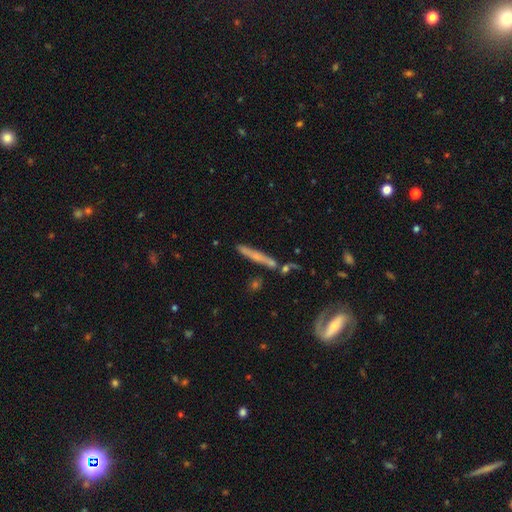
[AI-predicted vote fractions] Q: Smooth or featured?
A: smooth (49%); runner-up: featured or disk (43%)
Q: Merging?
A: none (75%); runner-up: minor disturbance (13%)